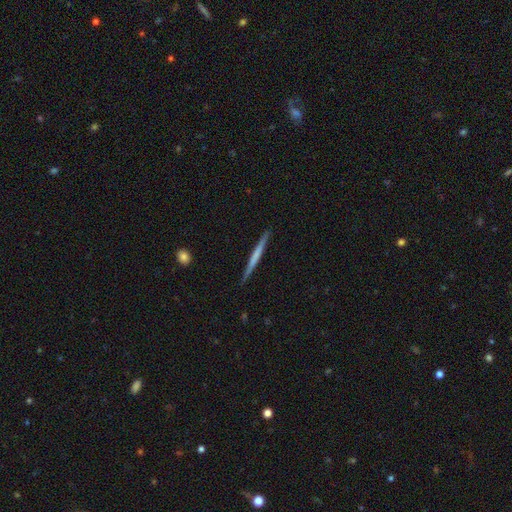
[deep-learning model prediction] Smooth or featured? featured or disk (51%)
Edge-on disk? yes (98%)
Edge-on bulge? none (81%)
Merging? none (91%)